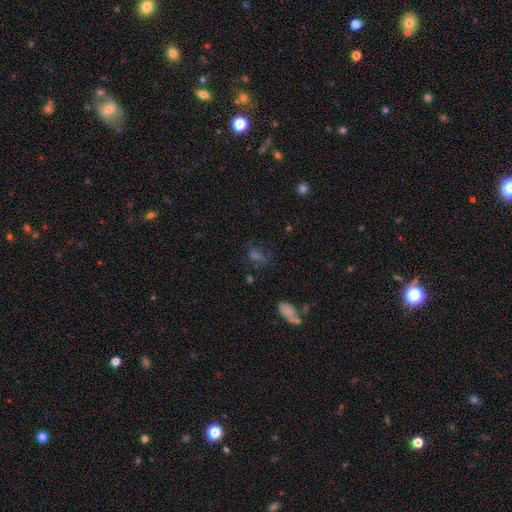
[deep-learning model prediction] A smooth galaxy with no disk features (47%).

Vote fractions:
- Smooth or featured? smooth: 47% / star or artifact: 35% / featured or disk: 19%
- Merging? none: 59% / minor disturbance: 20% / major disturbance: 16% / merger: 5%